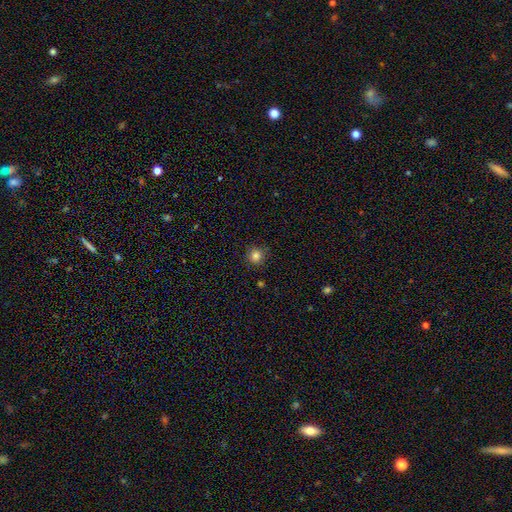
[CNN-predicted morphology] This appears to be a smooth galaxy with no disk features (83%) that is round (92%). Merging: none (87%).